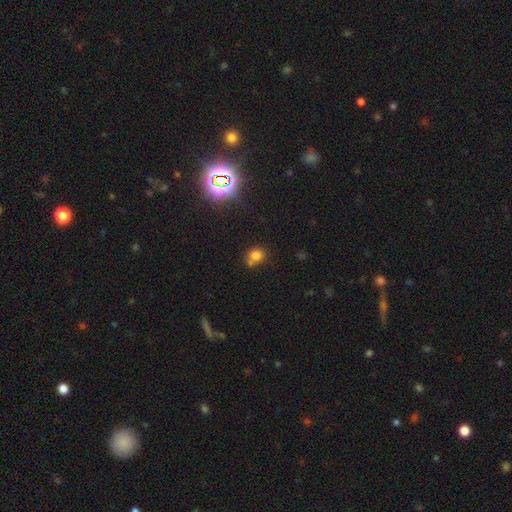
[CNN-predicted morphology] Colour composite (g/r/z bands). It shows a smooth galaxy with no disk features (74%) that is round (75%). Merging: none (53%).